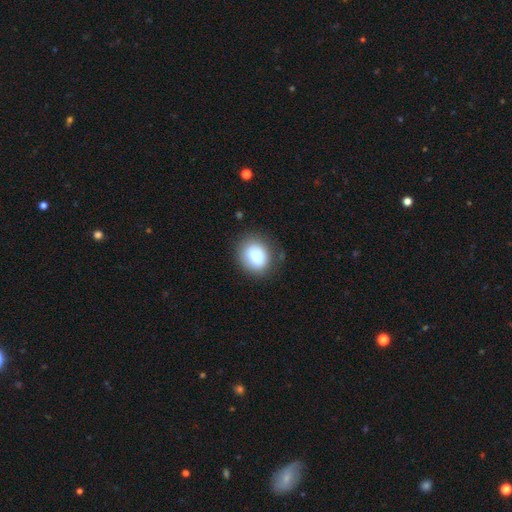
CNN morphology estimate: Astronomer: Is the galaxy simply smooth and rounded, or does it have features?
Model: smooth — 77%.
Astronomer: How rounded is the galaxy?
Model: round — 68%.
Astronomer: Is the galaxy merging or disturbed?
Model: none — 70%.